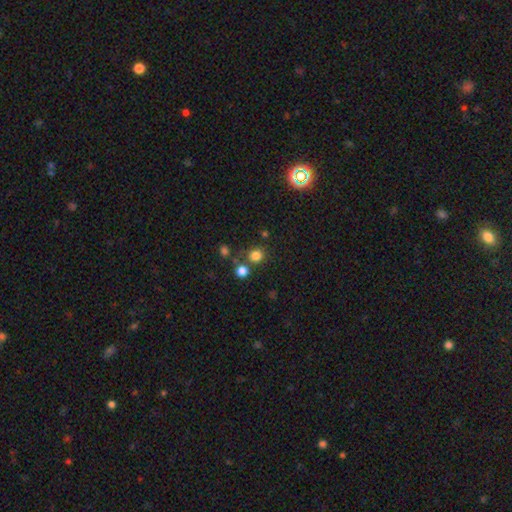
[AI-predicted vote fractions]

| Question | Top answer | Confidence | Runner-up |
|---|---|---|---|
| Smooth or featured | smooth | 79% | star or artifact (16%) |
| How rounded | round | 85% | in between (14%) |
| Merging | none | 73% | merger (14%) |